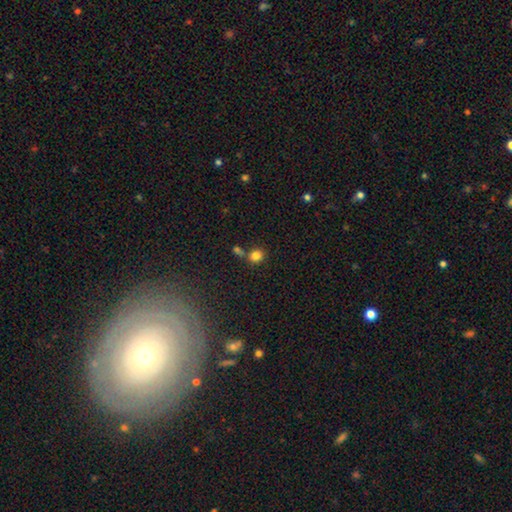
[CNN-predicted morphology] A smooth galaxy with no disk features (82%) that is round (81%).

Vote fractions:
- Smooth or featured? smooth: 82% / star or artifact: 12% / featured or disk: 6%
- How rounded? round: 81% / in between: 18% / cigar-shaped: 1%
- Merging? none: 63% / merger: 23% / minor disturbance: 10% / major disturbance: 4%